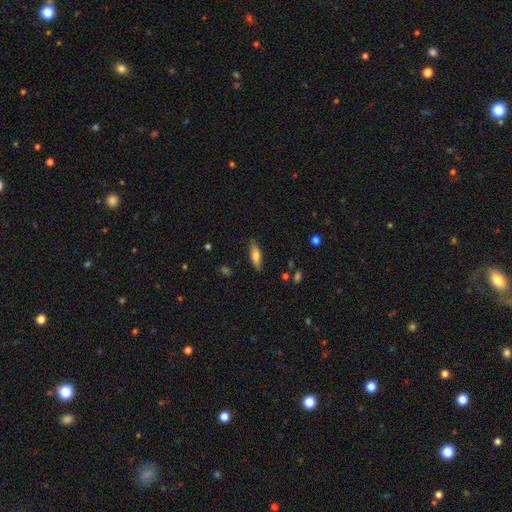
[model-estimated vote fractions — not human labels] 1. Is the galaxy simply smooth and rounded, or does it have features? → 69% smooth, 24% featured or disk, 7% star or artifact.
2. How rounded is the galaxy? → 53% in between, 44% cigar-shaped, 2% round.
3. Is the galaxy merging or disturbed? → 80% none, 15% minor disturbance, 3% major disturbance, 1% merger.